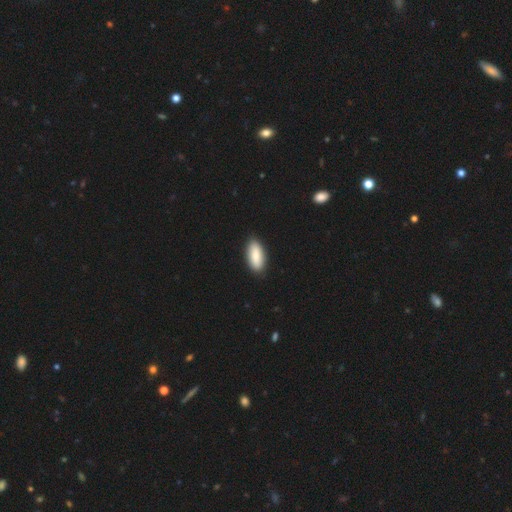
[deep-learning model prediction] Smooth or featured: smooth — 85% (featured or disk — 10%)
How rounded: in between — 87% (cigar-shaped — 11%)
Merging: none — 89% (minor disturbance — 8%)